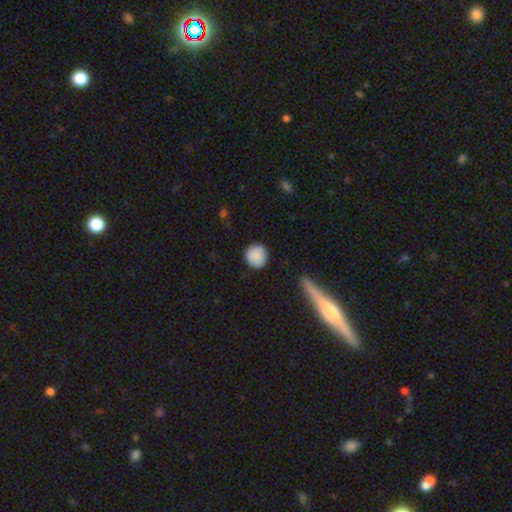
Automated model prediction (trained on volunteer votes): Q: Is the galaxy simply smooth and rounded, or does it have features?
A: smooth — 89%.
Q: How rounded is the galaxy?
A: round — 92%.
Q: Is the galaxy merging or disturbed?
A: none — 87%.